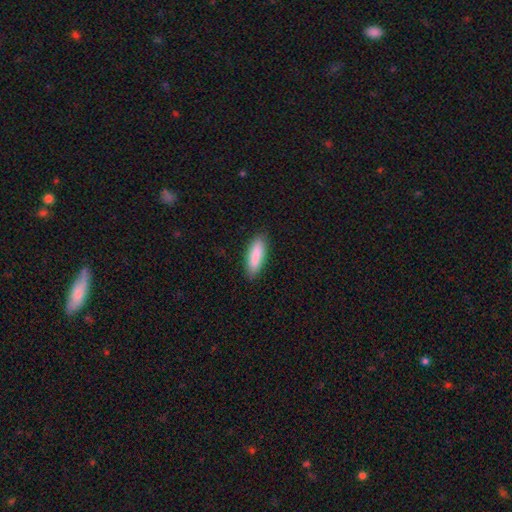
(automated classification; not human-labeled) smooth-or-featured: smooth: 88% | featured or disk: 7% | star or artifact: 6%
  how-rounded: in between: 50% | cigar-shaped: 48% | round: 2%
  merging: none: 87% | minor disturbance: 10% | major disturbance: 2% | merger: 1%